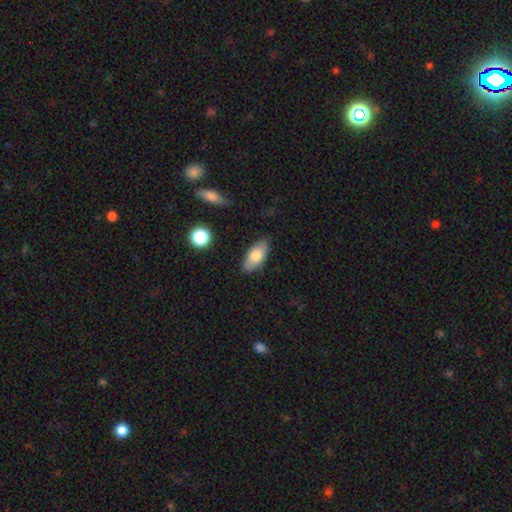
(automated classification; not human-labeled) A smooth galaxy with no disk features (75%) that is in between round and cigar-shaped (87%).

Vote fractions:
- Smooth or featured? smooth: 75% / featured or disk: 18% / star or artifact: 7%
- How rounded? in between: 87% / cigar-shaped: 10% / round: 3%
- Merging? none: 84% / minor disturbance: 12% / major disturbance: 2% / merger: 2%